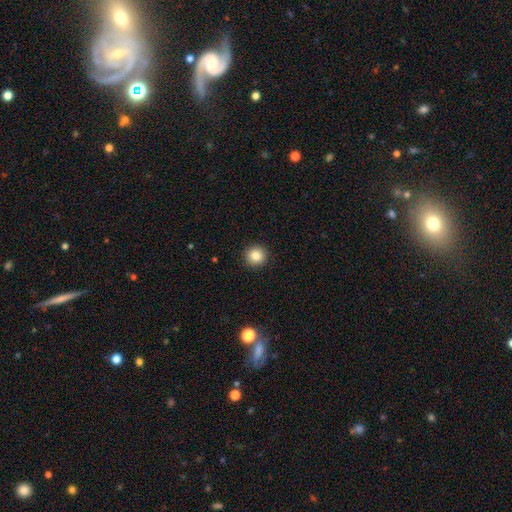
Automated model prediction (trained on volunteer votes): This is clearly a smooth galaxy (84%). How rounded: clearly round (94%). Merging: clearly none (92%).